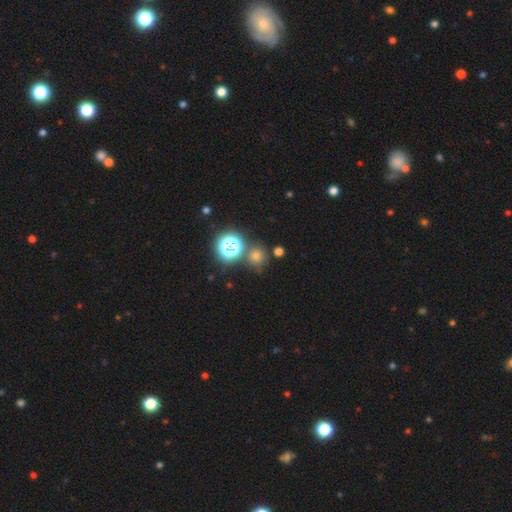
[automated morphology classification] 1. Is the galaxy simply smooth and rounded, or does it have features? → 54% smooth, 38% star or artifact, 8% featured or disk.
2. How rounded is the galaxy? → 89% round, 10% in between, 1% cigar-shaped.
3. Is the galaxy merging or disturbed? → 76% none, 11% merger, 9% minor disturbance, 4% major disturbance.